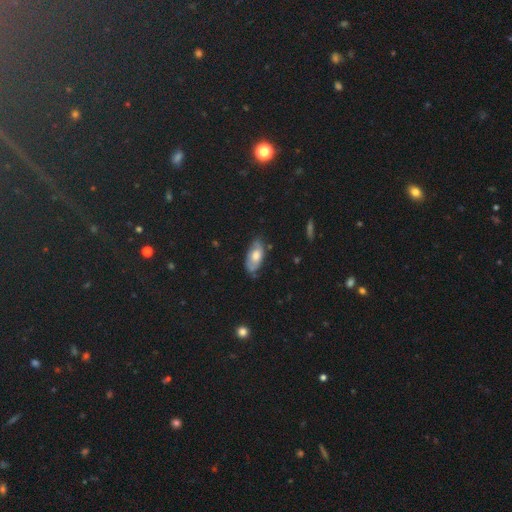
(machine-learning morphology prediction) smooth-or-featured: smooth: 49% | featured or disk: 42% | star or artifact: 9%
  merging: none: 72% | minor disturbance: 22% | major disturbance: 5% | merger: 2%